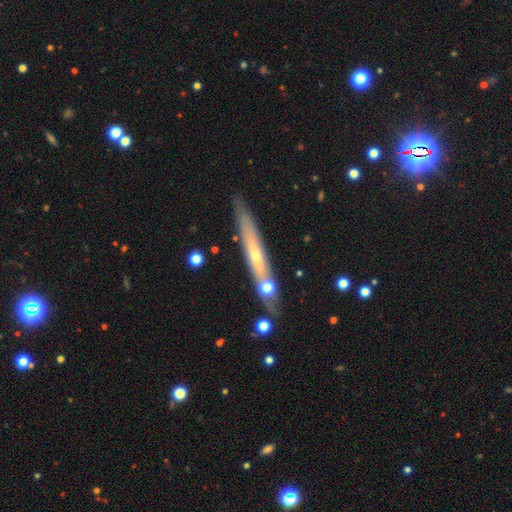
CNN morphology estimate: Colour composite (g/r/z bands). It shows a featured or disk galaxy (60%) viewed edge-on (86%) with a rounded central bulge (55%). Merging: none (78%).